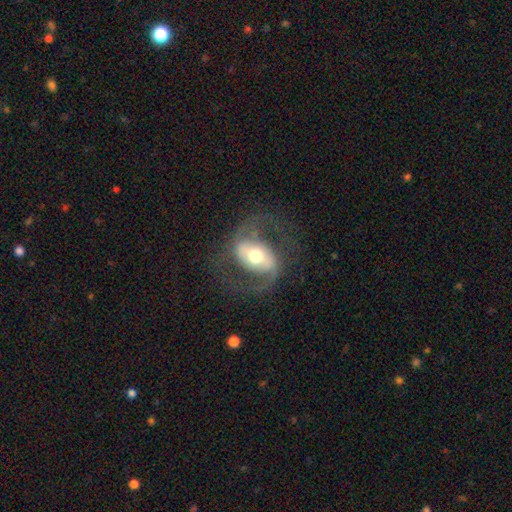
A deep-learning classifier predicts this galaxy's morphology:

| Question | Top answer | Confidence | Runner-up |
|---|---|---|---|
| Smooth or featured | featured or disk | 79% | smooth (15%) |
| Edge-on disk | no | 96% | yes (4%) |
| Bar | strong | 38% | weak (31%) |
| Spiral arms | yes | 84% | no (16%) |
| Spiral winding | medium | 51% | loose (35%) |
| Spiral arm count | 2 | 90% | can't tell (4%) |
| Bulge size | moderate | 66% | large (20%) |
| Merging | none | 70% | major disturbance (15%) |